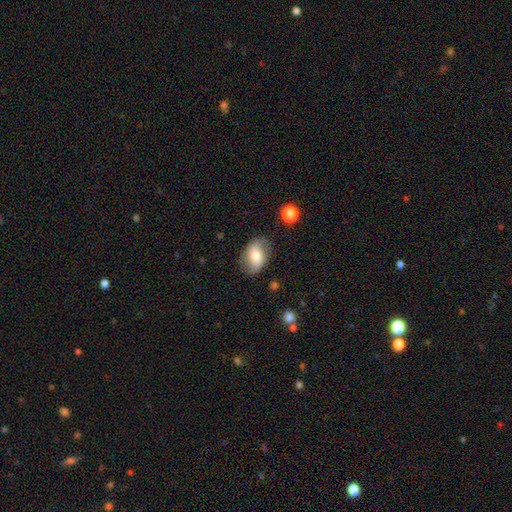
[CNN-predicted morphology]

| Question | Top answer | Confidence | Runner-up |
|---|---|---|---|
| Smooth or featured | smooth | 63% | featured or disk (29%) |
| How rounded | in between | 86% | round (12%) |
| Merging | none | 71% | minor disturbance (21%) |